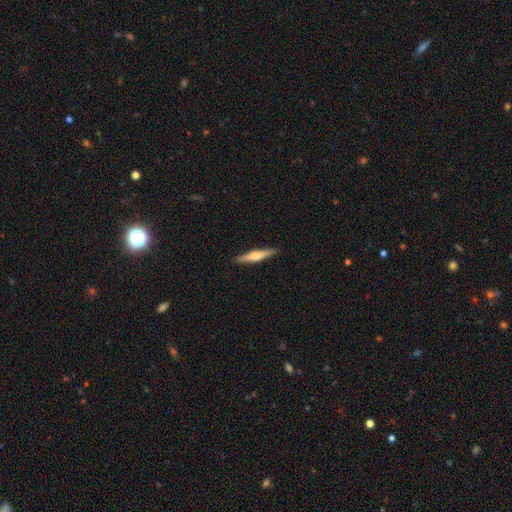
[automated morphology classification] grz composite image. It shows a featured or disk galaxy (48%). Merging: none (91%).